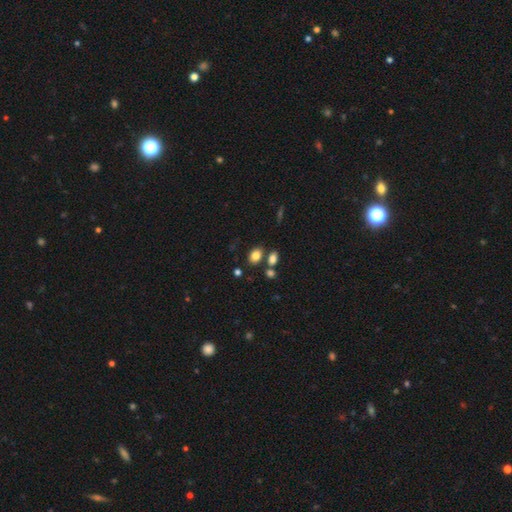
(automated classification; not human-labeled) smooth_or_featured: smooth (p=0.82) [alt: star or artifact p=0.10]
how_rounded: in between (p=0.76) [alt: round p=0.22]
merging: none (p=0.72) [alt: merger p=0.15]